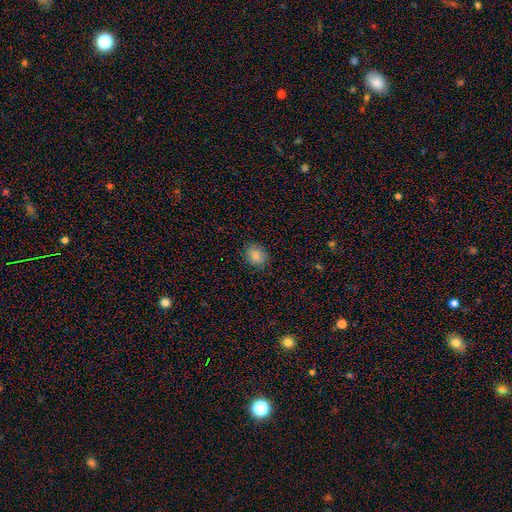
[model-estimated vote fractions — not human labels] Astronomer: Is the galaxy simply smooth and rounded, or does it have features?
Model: smooth — 84%.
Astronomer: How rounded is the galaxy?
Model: round — 50% (runner-up: in between, 49%).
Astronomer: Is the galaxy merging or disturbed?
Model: none — 86%.